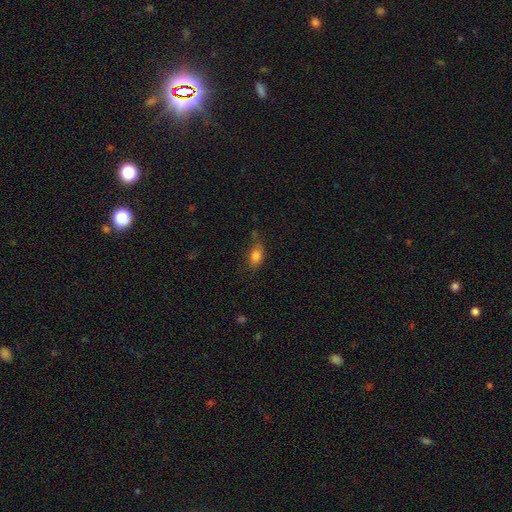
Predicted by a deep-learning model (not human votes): Smooth or featured: smooth — 80% (star or artifact — 10%)
How rounded: in between — 80% (round — 13%)
Merging: none — 64% (minor disturbance — 24%)